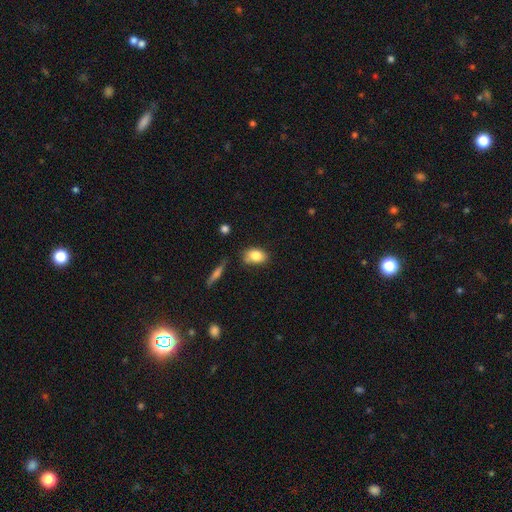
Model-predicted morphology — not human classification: A smooth galaxy with no disk features (82%) that is in between round and cigar-shaped (83%). Merging: none (66%).